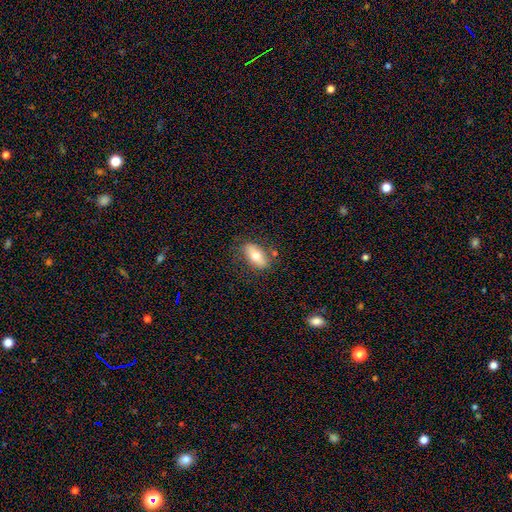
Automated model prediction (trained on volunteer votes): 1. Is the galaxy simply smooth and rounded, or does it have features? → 66% smooth, 27% featured or disk, 7% star or artifact.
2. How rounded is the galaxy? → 85% in between, 11% cigar-shaped, 4% round.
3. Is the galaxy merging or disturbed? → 75% none, 16% minor disturbance, 5% major disturbance, 4% merger.